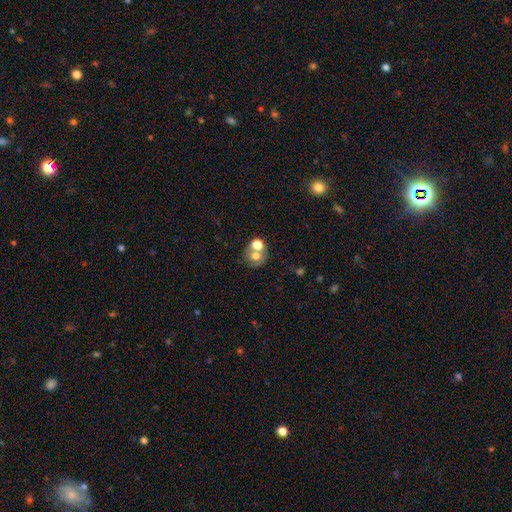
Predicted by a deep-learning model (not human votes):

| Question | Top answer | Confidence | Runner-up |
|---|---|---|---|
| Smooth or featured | smooth | 63% | featured or disk (24%) |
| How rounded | round | 69% | in between (30%) |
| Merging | merger | 44% | none (40%) |